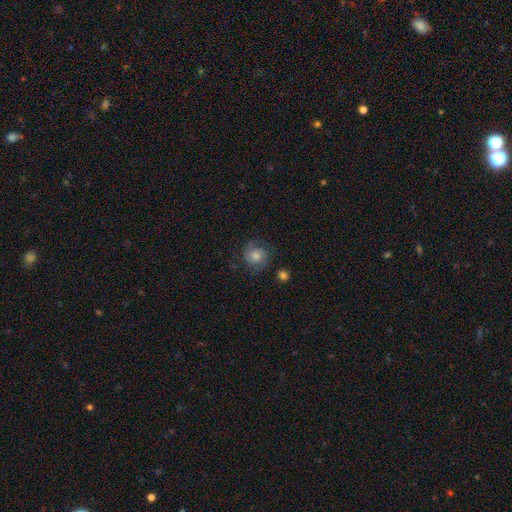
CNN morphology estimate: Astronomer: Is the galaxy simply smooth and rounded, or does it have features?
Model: featured or disk — 58%.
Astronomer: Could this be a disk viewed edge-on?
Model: no — 97%.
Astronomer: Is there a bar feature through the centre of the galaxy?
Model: no — 73%.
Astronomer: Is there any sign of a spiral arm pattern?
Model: yes — 92%.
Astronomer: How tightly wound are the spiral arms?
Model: tight — 49% (runner-up: medium, 39%).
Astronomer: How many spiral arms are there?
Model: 2 — 71%.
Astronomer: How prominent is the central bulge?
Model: moderate — 53%.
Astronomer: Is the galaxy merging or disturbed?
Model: none — 76%.